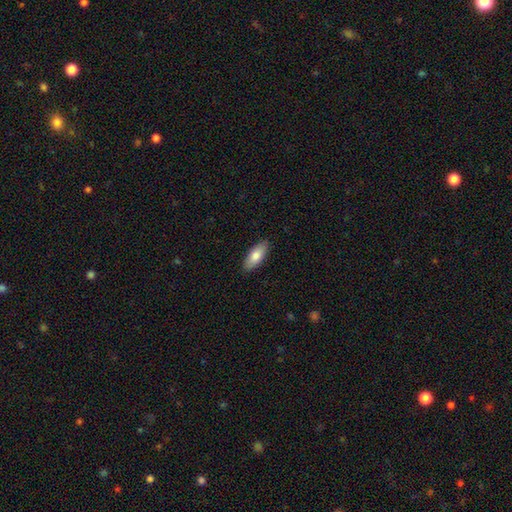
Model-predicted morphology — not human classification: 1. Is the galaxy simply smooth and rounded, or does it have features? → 80% smooth, 14% featured or disk, 6% star or artifact.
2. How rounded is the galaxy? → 81% in between, 17% cigar-shaped, 2% round.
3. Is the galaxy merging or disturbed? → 89% none, 9% minor disturbance, 2% major disturbance, 1% merger.